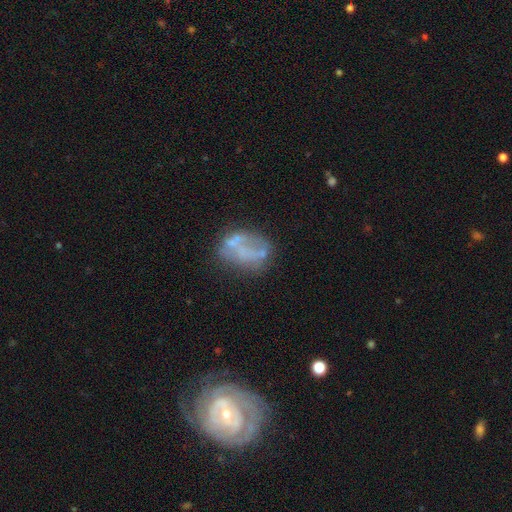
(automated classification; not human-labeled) Smooth or featured? featured or disk (53%)
Edge-on disk? no (96%)
Bar? no (83%)
Spiral arms? no (89%)
Bulge size? none (76%)
Merging? none (46%)